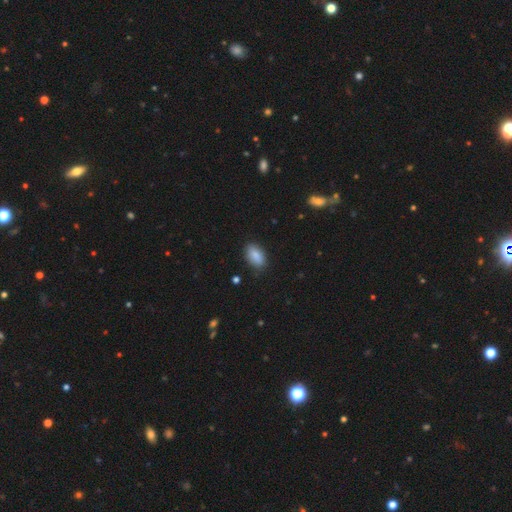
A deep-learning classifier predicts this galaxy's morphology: smooth 87%, star or artifact 7%, featured or disk 6%. Down the decision tree: how rounded — in between (92%); merging — none (83%).